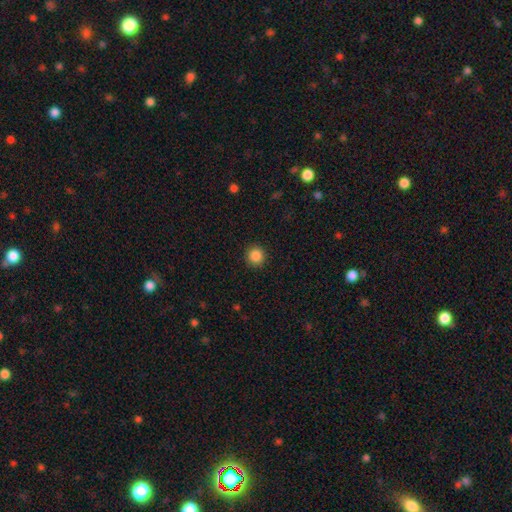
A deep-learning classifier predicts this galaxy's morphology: A smooth galaxy with no disk features (87%) that is round (95%). Merging: none (92%).